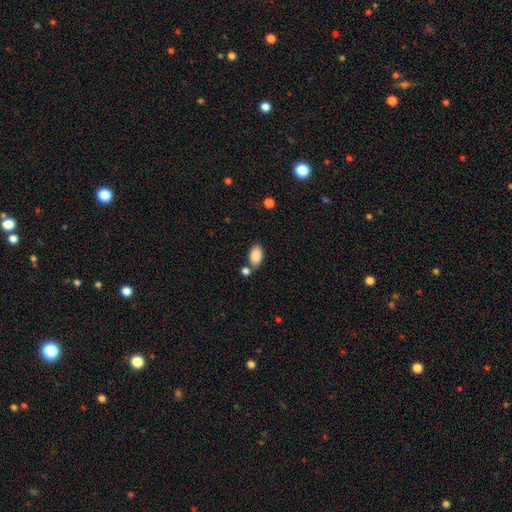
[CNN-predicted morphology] Smooth or featured? smooth (88%)
How rounded? in between (94%)
Merging? none (71%)